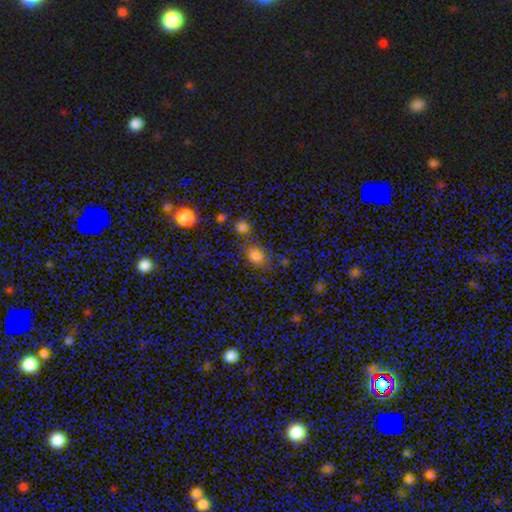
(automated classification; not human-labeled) A smooth galaxy with no disk features (56%) that is round (61%). Merging: none (72%).